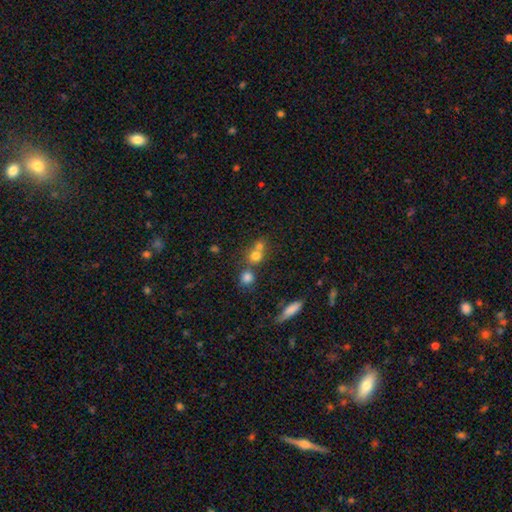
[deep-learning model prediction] This appears to be a smooth galaxy with no disk features (70%) that is round (80%). Merging: merger (49%).